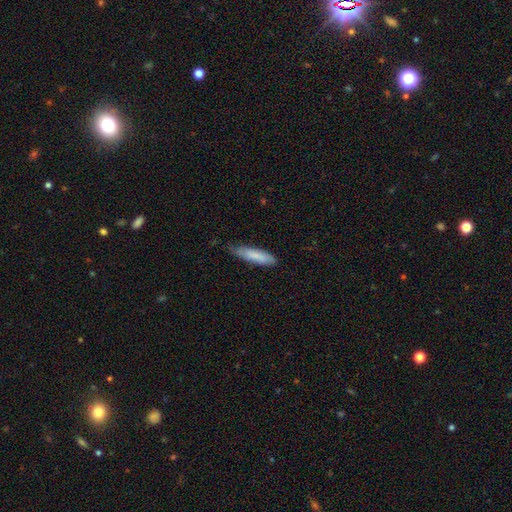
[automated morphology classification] smooth 81%, featured or disk 13%, star or artifact 6%. Down the decision tree: how rounded — cigar-shaped (74%); merging — none (70%).